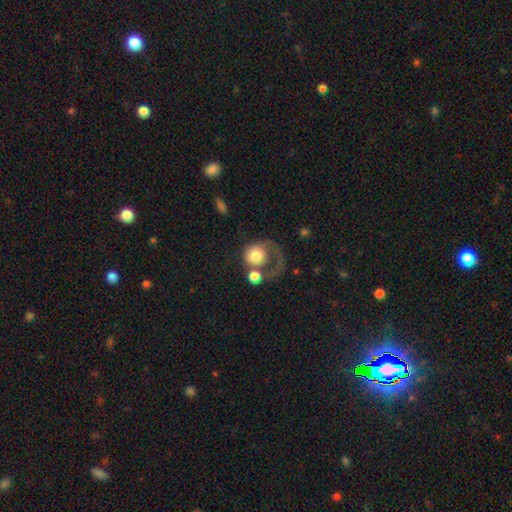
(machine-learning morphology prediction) smooth_or_featured: smooth (p=0.60) [alt: featured or disk p=0.32]
how_rounded: round (p=0.80) [alt: in between p=0.19]
merging: major disturbance (p=0.39) [alt: merger p=0.28]